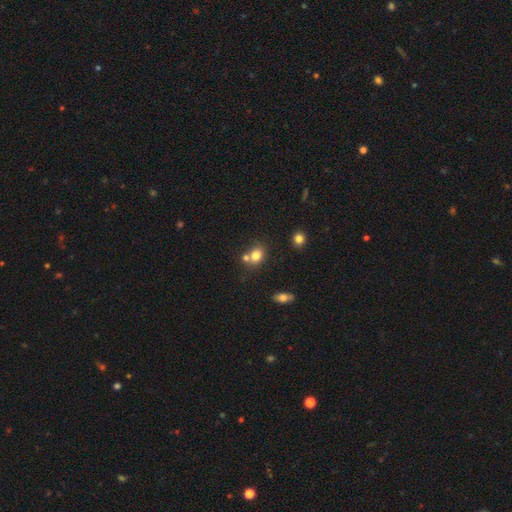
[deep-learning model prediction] smooth_or_featured: smooth (p=0.78) [alt: featured or disk p=0.11]
how_rounded: in between (p=0.53) [alt: round p=0.45]
merging: none (p=0.48) [alt: merger p=0.37]